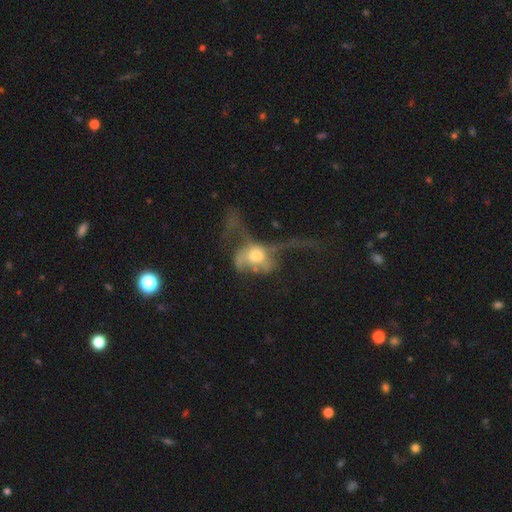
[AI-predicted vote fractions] A featured or disk galaxy (52%). Merging: major disturbance (68%).